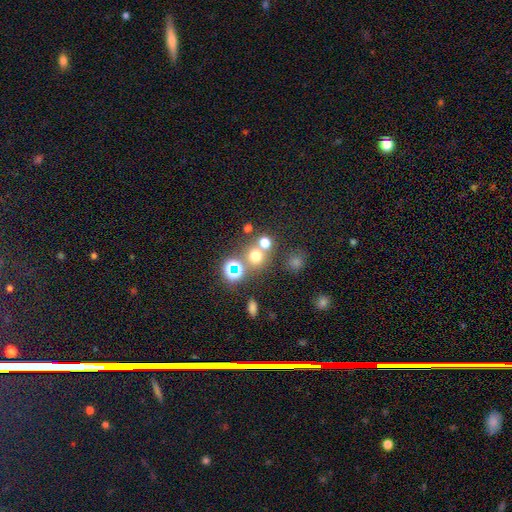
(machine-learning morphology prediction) smooth_or_featured: smooth (p=0.63) [alt: star or artifact p=0.28]
how_rounded: round (p=0.88) [alt: in between p=0.11]
merging: none (p=0.65) [alt: merger p=0.24]